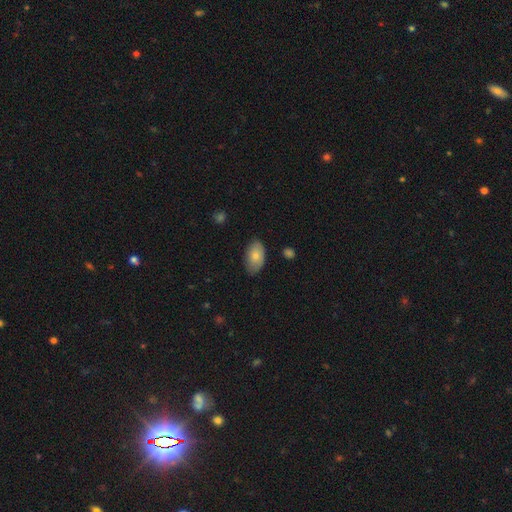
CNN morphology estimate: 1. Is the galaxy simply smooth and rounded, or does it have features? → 76% smooth, 18% featured or disk, 7% star or artifact.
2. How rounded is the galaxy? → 93% in between, 6% round, 1% cigar-shaped.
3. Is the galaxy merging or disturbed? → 75% none, 20% minor disturbance, 3% major disturbance, 1% merger.